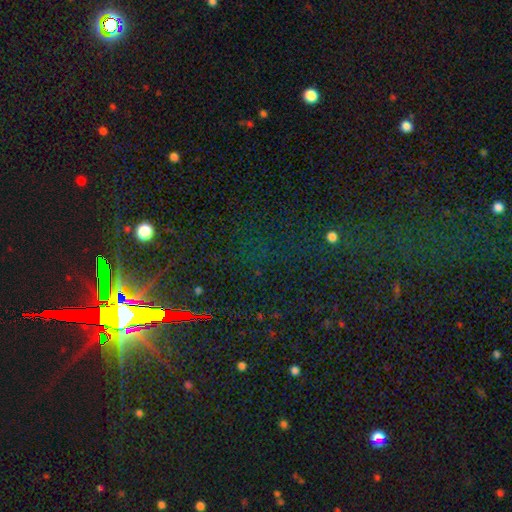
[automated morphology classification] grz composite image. It shows a star or artifact, not a galaxy (80%).